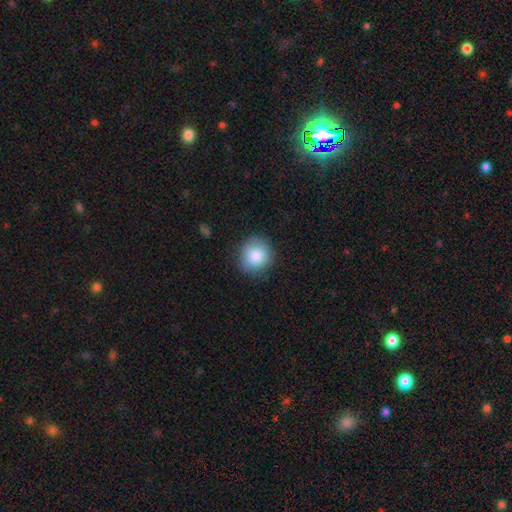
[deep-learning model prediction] This appears to be a smooth galaxy with no disk features (85%) that is round (90%). Merging: none (84%).